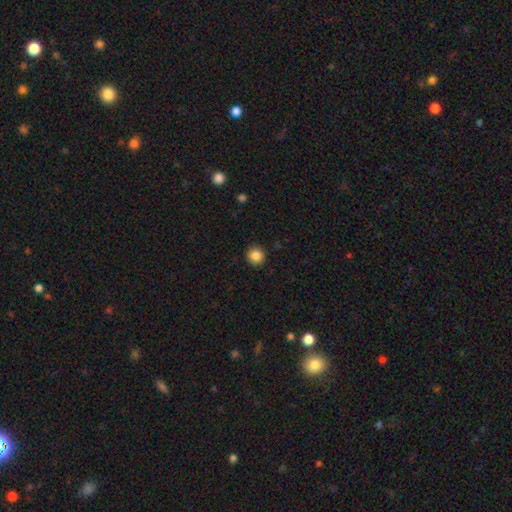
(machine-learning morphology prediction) The model was most divided on "smooth or featured": smooth: 86%, star or artifact: 10%, featured or disk: 4%. More confident: how rounded — round (93%); merging — none (91%).